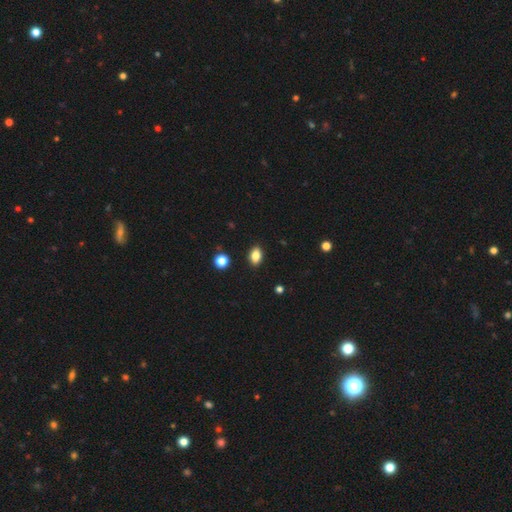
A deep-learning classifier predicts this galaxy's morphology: This appears to be a smooth galaxy with no disk features (85%) that is in between round and cigar-shaped (83%). Merging: none (89%).